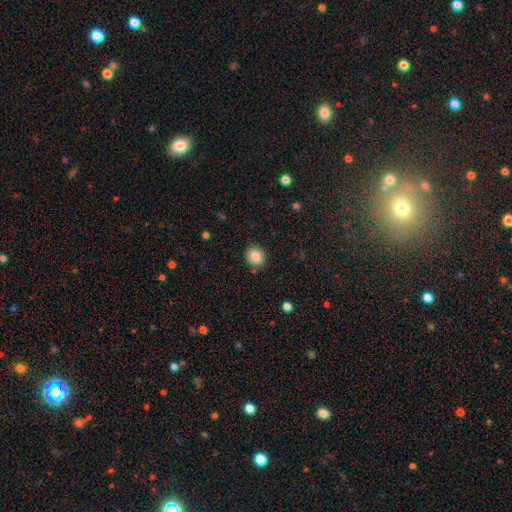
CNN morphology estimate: smooth 85%, star or artifact 9%, featured or disk 6%. Down the decision tree: how rounded — round (79%); merging — none (87%).